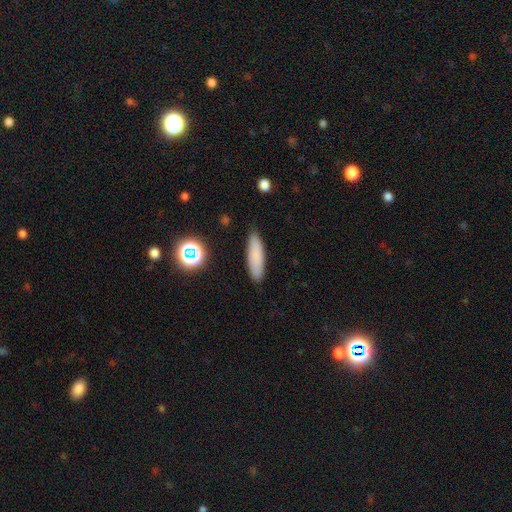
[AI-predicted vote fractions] This appears to be a smooth galaxy with no disk features (80%) that is cigar-shaped (65%). Merging: none (86%).